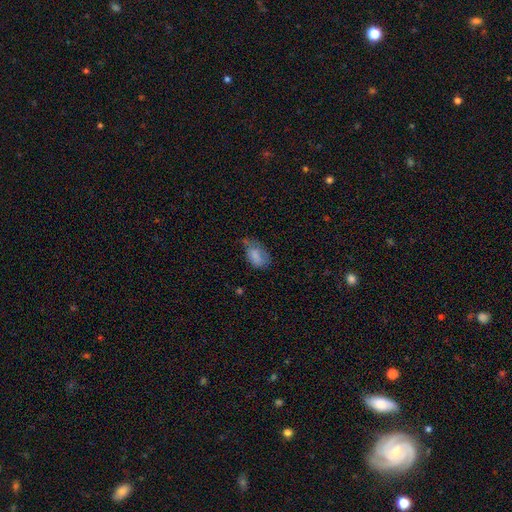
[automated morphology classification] A smooth galaxy with no disk features (76%) that is in between round and cigar-shaped (89%). Merging: minor disturbance (41%).